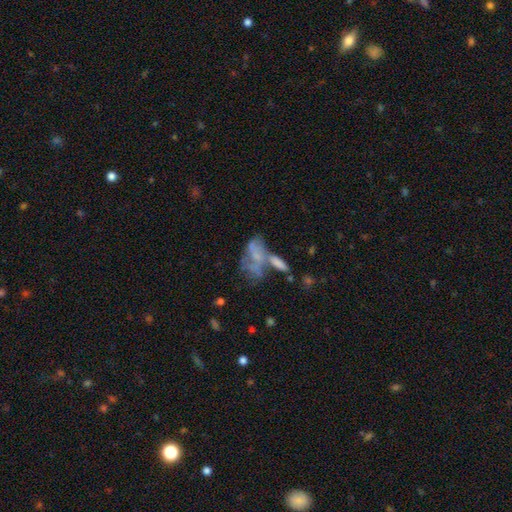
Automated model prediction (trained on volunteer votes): Overall: featured or disk (46%; smooth 39%). Merging: merger (45%; none 23%).